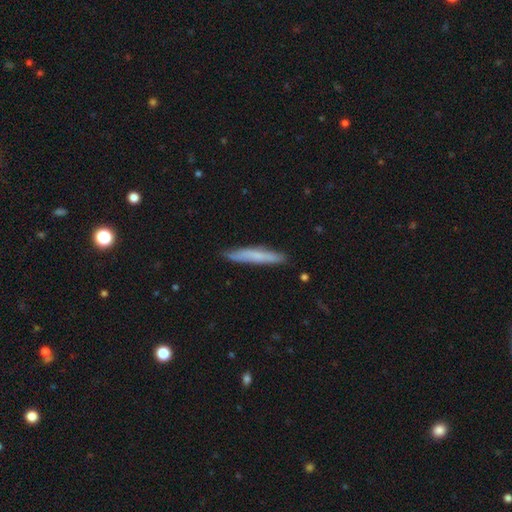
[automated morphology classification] Overall: smooth (65%; featured or disk 29%). How rounded: cigar-shaped (94%). Merging: none (86%).